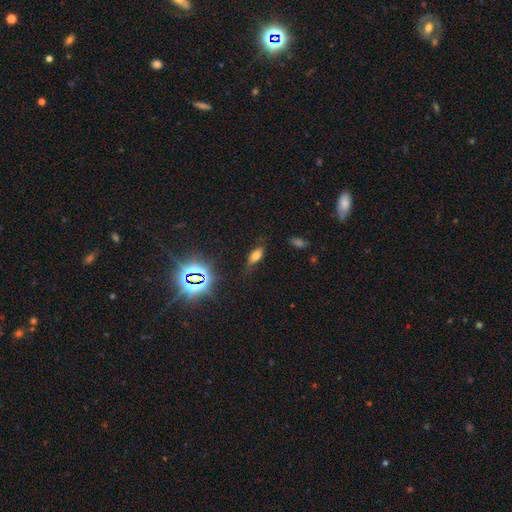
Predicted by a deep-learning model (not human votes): Smooth or featured? Predicted: smooth (p=0.62). How rounded? Predicted: in between (p=0.80). Merging? Predicted: none (p=0.71).